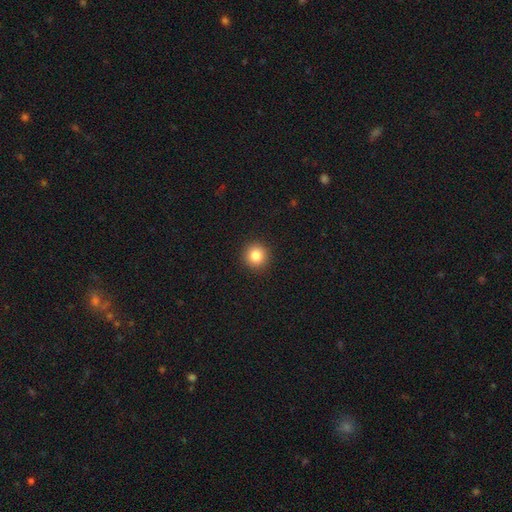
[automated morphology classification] A smooth galaxy with no disk features (84%) that is round (95%). Merging: none (93%).